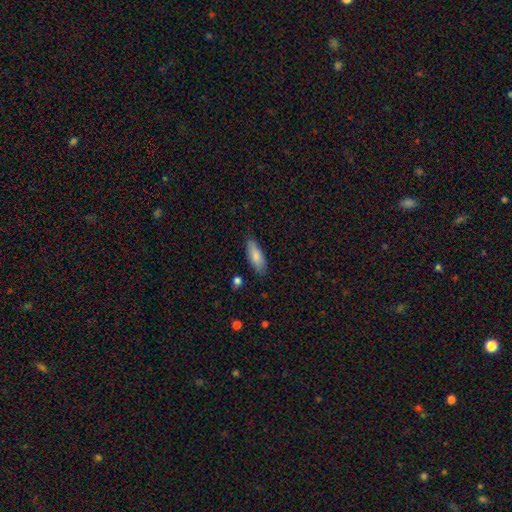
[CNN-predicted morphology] Smooth or featured: smooth — 83% (featured or disk — 11%)
How rounded: in between — 68% (cigar-shaped — 30%)
Merging: none — 82% (minor disturbance — 13%)